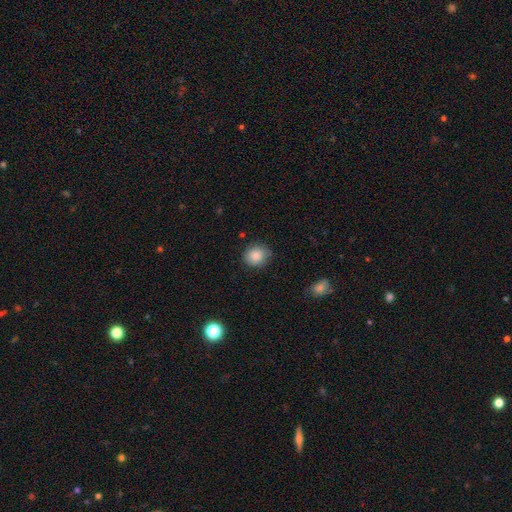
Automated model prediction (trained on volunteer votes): Morphology: type=smooth (87%); roundness=round (80%); merging=none (79%).